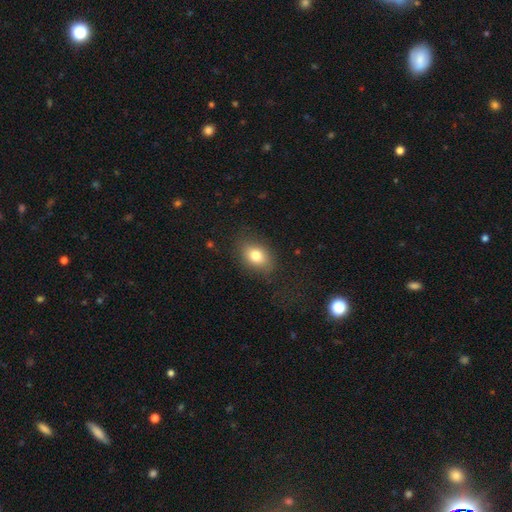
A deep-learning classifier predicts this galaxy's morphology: A smooth galaxy with no disk features (79%) that is in between round and cigar-shaped (76%). Merging: none (79%).